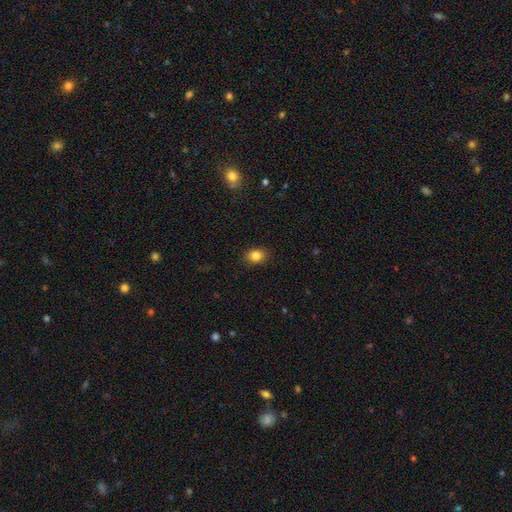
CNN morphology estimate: A smooth galaxy with no disk features (84%) that is round (51%). Merging: none (88%).